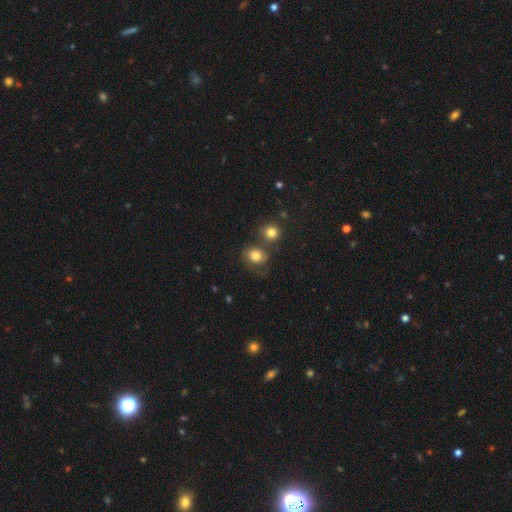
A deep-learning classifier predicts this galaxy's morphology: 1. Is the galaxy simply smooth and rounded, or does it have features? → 76% smooth, 14% featured or disk, 10% star or artifact.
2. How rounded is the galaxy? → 63% round, 36% in between, 1% cigar-shaped.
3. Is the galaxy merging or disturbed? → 51% none, 19% merger, 18% minor disturbance, 12% major disturbance.